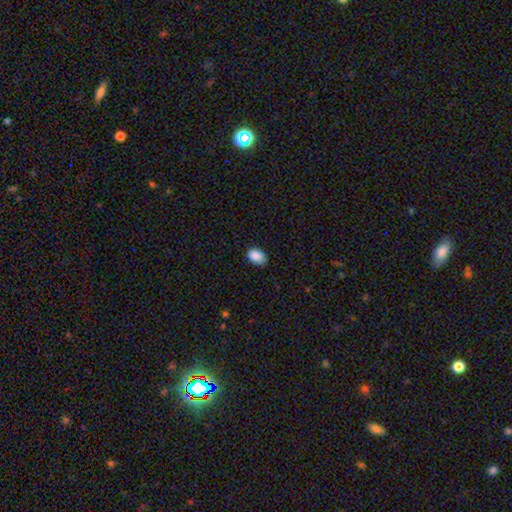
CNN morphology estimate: A smooth galaxy with no disk features (89%) that is in between round and cigar-shaped (84%). Merging: none (79%).